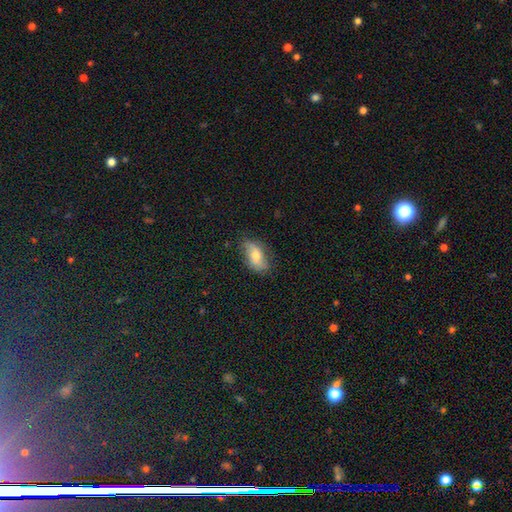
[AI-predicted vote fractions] Smooth or featured?
  - smooth: 56% *
  - featured or disk: 35%
  - star or artifact: 9%
How rounded?
  - in between: 88% *
  - round: 7%
  - cigar-shaped: 5%
Merging?
  - none: 70% *
  - minor disturbance: 22%
  - major disturbance: 6%
  - merger: 1%